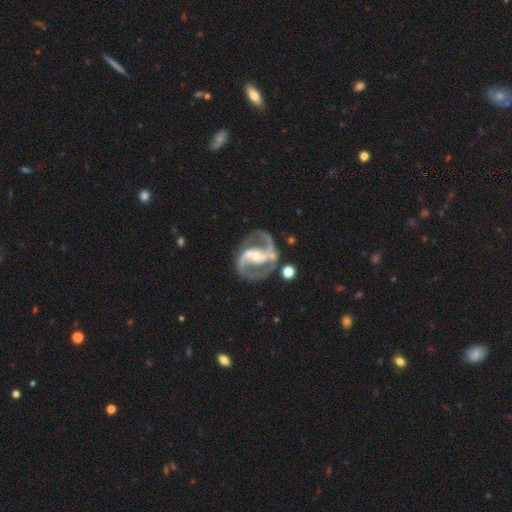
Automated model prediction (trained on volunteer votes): This appears to be a featured or disk galaxy (92%) with a strong bar (53%), 2 (93%) medium (62%) spiral arms (97%) and a small central bulge (50%). Merging: none (73%).